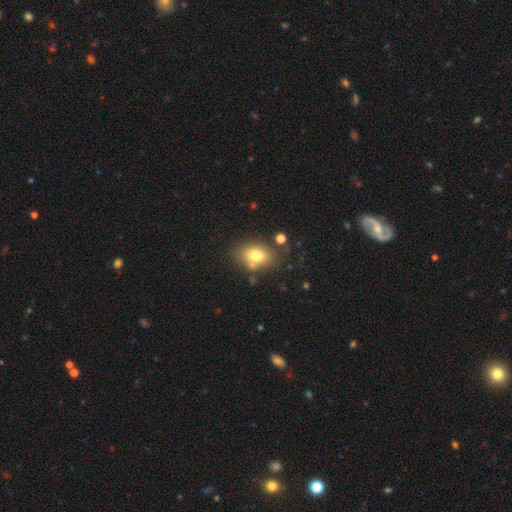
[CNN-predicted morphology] Q: Smooth or featured?
A: smooth (76%); runner-up: featured or disk (14%)
Q: How rounded?
A: in between (70%); runner-up: round (28%)
Q: Merging?
A: none (68%); runner-up: minor disturbance (17%)